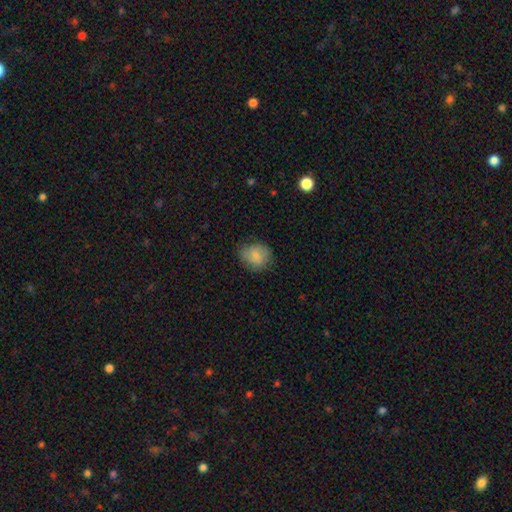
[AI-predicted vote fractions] smooth_or_featured: smooth (p=0.81) [alt: featured or disk p=0.11]
how_rounded: round (p=0.67) [alt: in between p=0.32]
merging: none (p=0.73) [alt: minor disturbance p=0.20]